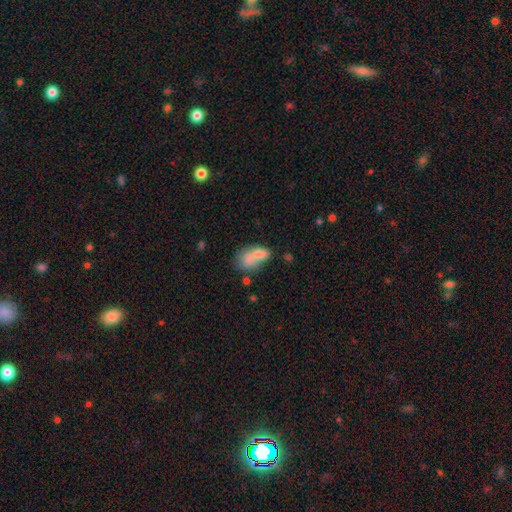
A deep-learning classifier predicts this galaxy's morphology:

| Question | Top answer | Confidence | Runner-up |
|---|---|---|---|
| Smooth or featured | smooth | 73% | featured or disk (19%) |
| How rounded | in between | 79% | round (18%) |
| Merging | merger | 58% | none (22%) |